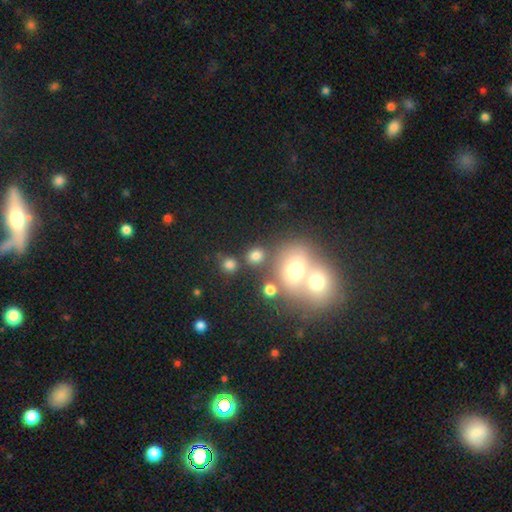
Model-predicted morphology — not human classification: A smooth galaxy with no disk features (74%) that is round (70%).

Vote fractions:
- Smooth or featured? smooth: 74% / star or artifact: 16% / featured or disk: 10%
- How rounded? round: 70% / in between: 28% / cigar-shaped: 1%
- Merging? none: 61% / merger: 24% / minor disturbance: 10% / major disturbance: 5%